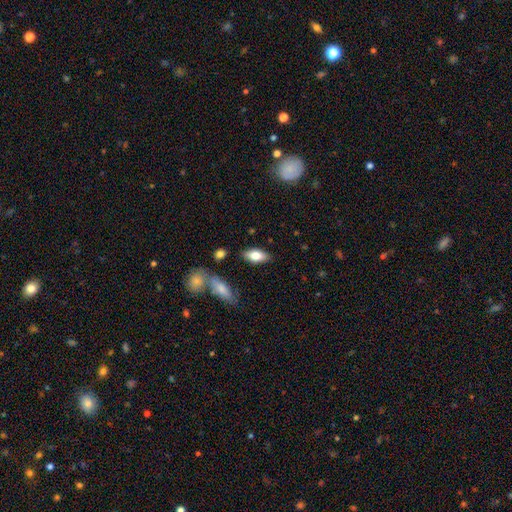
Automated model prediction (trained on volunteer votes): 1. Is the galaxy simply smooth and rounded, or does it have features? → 74% smooth, 19% featured or disk, 7% star or artifact.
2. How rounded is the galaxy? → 86% in between, 11% cigar-shaped, 3% round.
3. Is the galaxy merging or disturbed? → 83% none, 11% minor disturbance, 3% merger, 3% major disturbance.